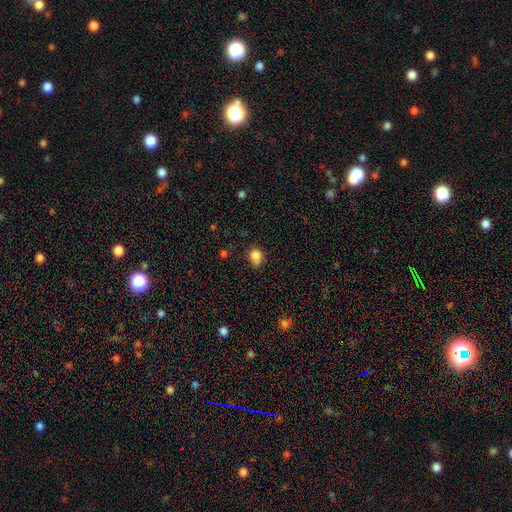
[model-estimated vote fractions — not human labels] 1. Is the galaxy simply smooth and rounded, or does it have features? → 84% smooth, 10% star or artifact, 6% featured or disk.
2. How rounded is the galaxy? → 59% in between, 40% round, 1% cigar-shaped.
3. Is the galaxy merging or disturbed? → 55% none, 33% minor disturbance, 8% major disturbance, 4% merger.